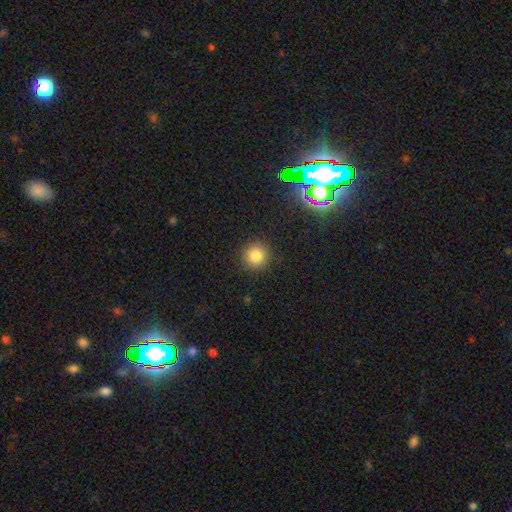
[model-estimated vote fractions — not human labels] A smooth galaxy with no disk features (81%) that is round (93%).

Vote fractions:
- Smooth or featured? smooth: 81% / star or artifact: 13% / featured or disk: 6%
- How rounded? round: 93% / in between: 6% / cigar-shaped: 1%
- Merging? none: 88% / minor disturbance: 8% / major disturbance: 3% / merger: 1%